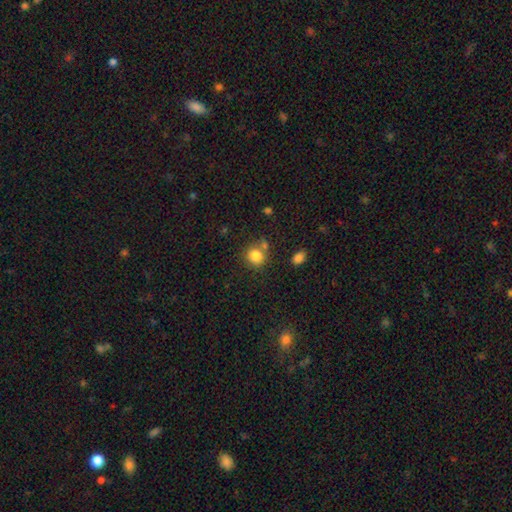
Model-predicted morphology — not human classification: This appears to be a smooth galaxy with no disk features (83%) that is round (84%). Merging: none (67%).